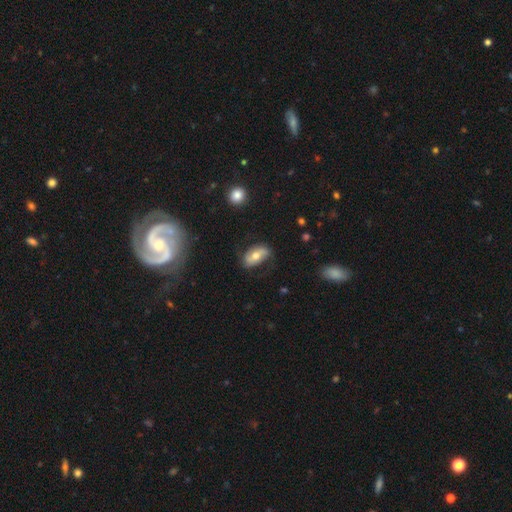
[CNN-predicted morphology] Smooth or featured? smooth (57%)
How rounded? in between (90%)
Merging? none (68%)